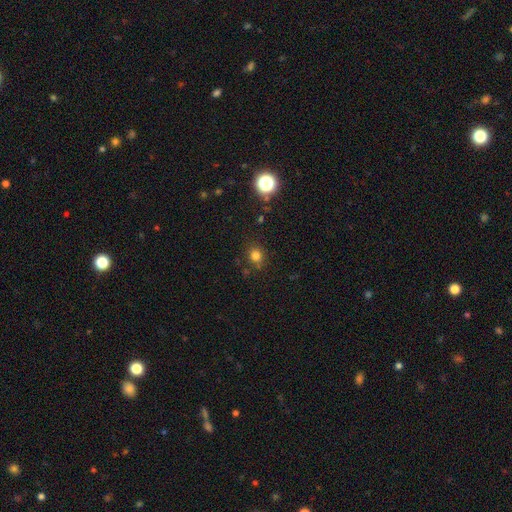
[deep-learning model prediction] Morphology: type=smooth (77%); roundness=round (80%); merging=none (82%).